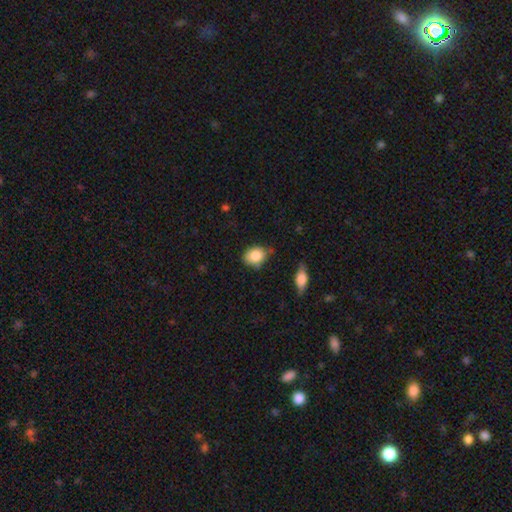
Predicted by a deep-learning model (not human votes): smooth 82%, featured or disk 10%, star or artifact 8%. Down the decision tree: how rounded — in between (60%); merging — none (63%).